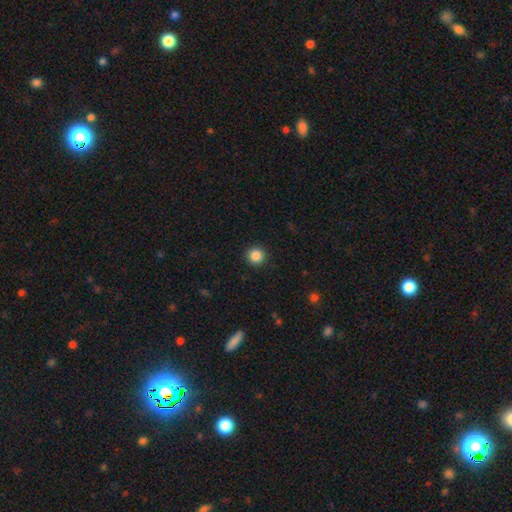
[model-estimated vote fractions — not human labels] This appears to be a smooth galaxy with no disk features (87%) that is round (95%). Merging: none (93%).